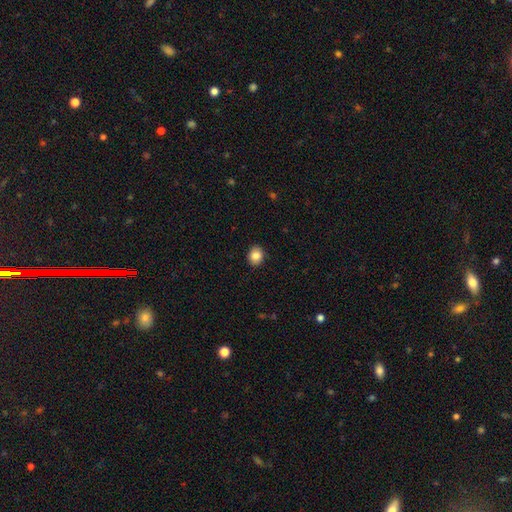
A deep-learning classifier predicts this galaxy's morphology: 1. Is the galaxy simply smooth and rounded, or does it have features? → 85% smooth, 9% star or artifact, 6% featured or disk.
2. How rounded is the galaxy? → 61% round, 38% in between, 1% cigar-shaped.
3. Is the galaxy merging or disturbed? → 91% none, 7% minor disturbance, 2% major disturbance, 1% merger.